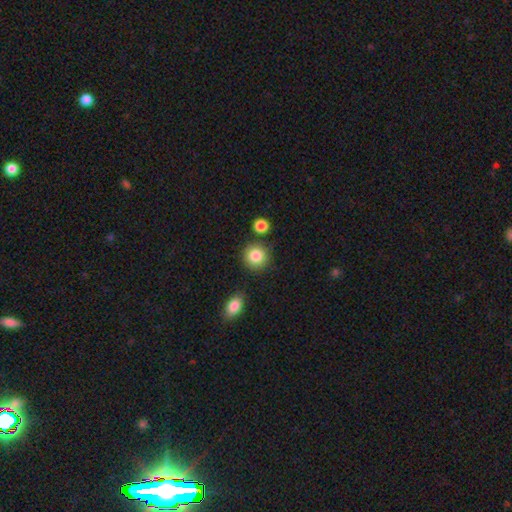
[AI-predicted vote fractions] smooth 85%, star or artifact 9%, featured or disk 6%. Down the decision tree: how rounded — round (91%); merging — none (85%).